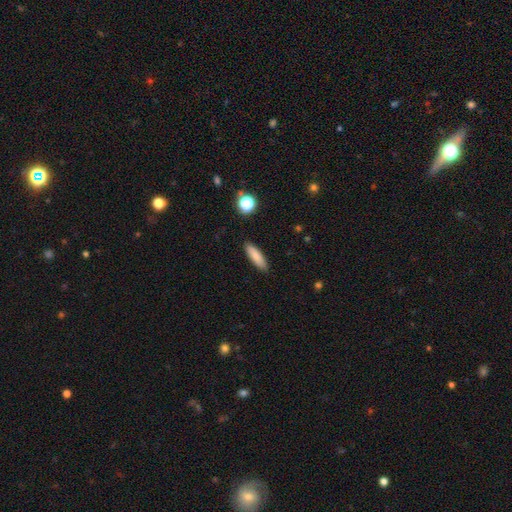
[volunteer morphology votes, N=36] smooth 86%, featured or disk 11%, star or artifact 3%. Down the decision tree: how rounded — in between (48%); merging — none (94%).